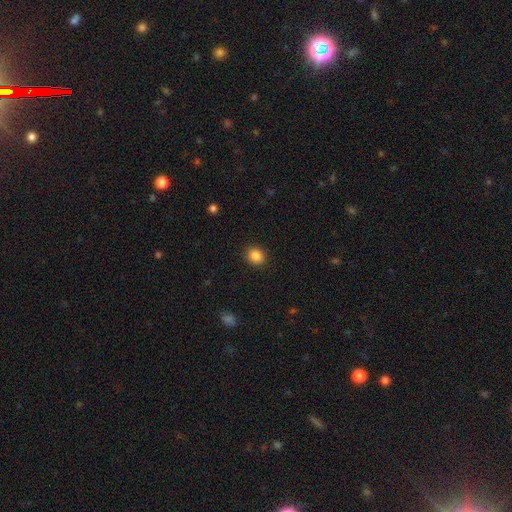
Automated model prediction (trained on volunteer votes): The model was most divided on "how rounded": round: 66%, in between: 33%, cigar-shaped: 1%. More confident: merging — none (90%); smooth or featured — smooth (86%).